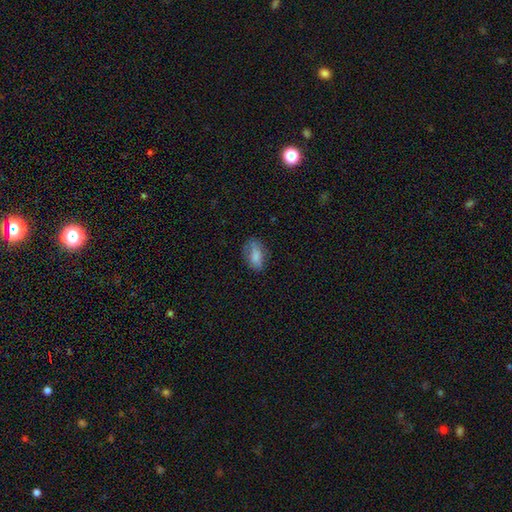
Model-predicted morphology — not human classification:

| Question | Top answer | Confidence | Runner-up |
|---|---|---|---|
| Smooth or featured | smooth | 76% | featured or disk (15%) |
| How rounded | in between | 86% | cigar-shaped (8%) |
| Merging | none | 69% | minor disturbance (22%) |